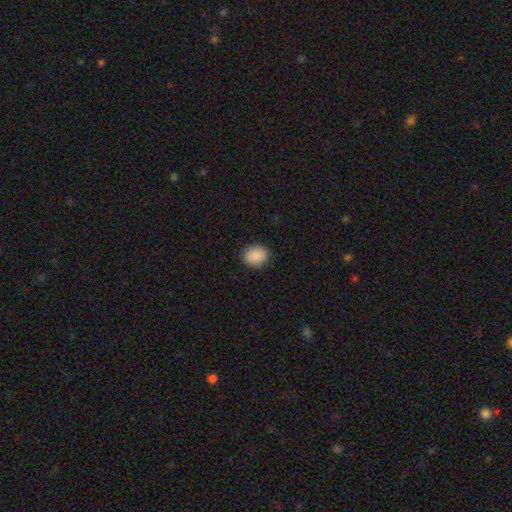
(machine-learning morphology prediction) smooth 89%, star or artifact 8%, featured or disk 3%. Down the decision tree: how rounded — round (71%); merging — none (90%).